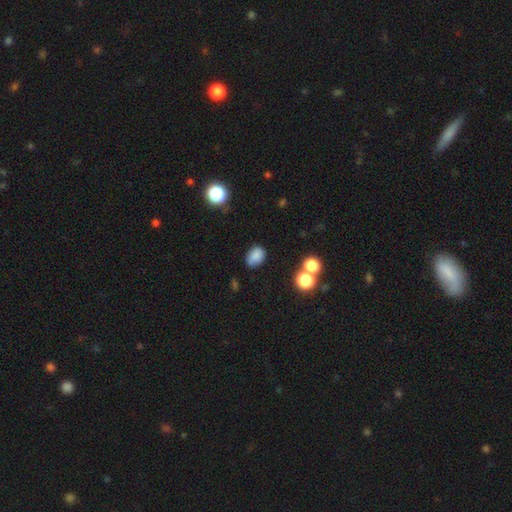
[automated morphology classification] smooth-or-featured: smooth: 81% | star or artifact: 11% | featured or disk: 8%
  how-rounded: in between: 71% | round: 28% | cigar-shaped: 1%
  merging: none: 69% | minor disturbance: 22% | major disturbance: 5% | merger: 4%